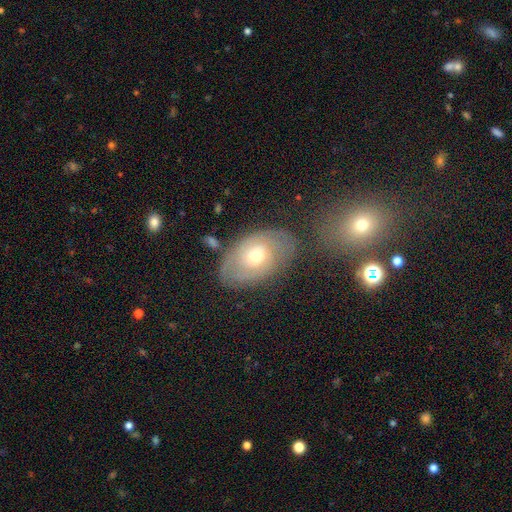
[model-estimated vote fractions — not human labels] A featured or disk galaxy (66%) with no bar (80%), spiral arms (77%) and a moderate central bulge (66%).

Vote fractions:
- Smooth or featured? featured or disk: 66% / smooth: 26% / star or artifact: 8%
- Edge-on disk? no: 94% / yes: 6%
- Bar? no: 80% / weak: 17% / strong: 3%
- Spiral arms? yes: 77% / no: 23%
- Bulge size? moderate: 66% / small: 27% / large: 4% / dominant: 1% / none: 1%
- Merging? none: 72% / minor disturbance: 17% / merger: 6% / major disturbance: 5%